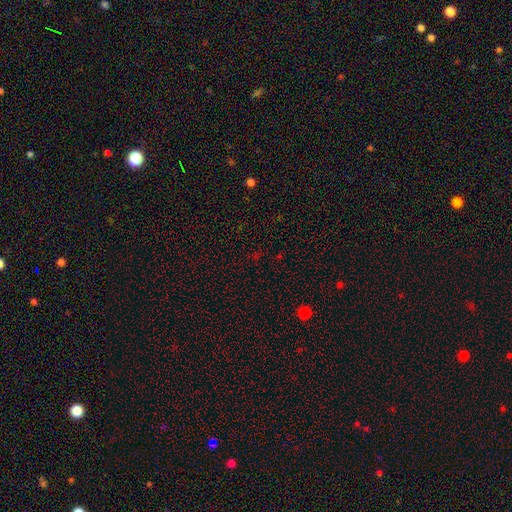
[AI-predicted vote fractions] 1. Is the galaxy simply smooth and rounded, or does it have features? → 63% star or artifact, 30% smooth, 7% featured or disk.